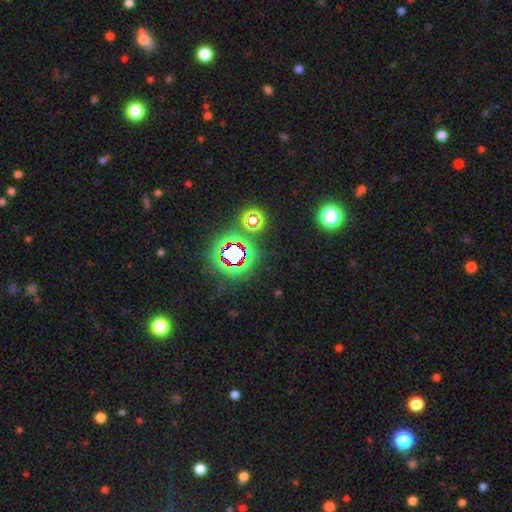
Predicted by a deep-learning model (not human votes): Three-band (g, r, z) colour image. It shows a star or artifact, not a galaxy (79%).